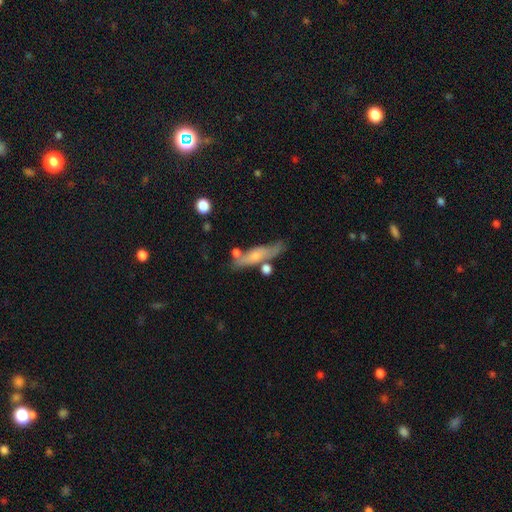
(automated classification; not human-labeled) smooth-or-featured: smooth: 53% | featured or disk: 40% | star or artifact: 7%
  how-rounded: cigar-shaped: 75% | in between: 22% | round: 3%
  merging: none: 60% | minor disturbance: 21% | merger: 12% | major disturbance: 7%